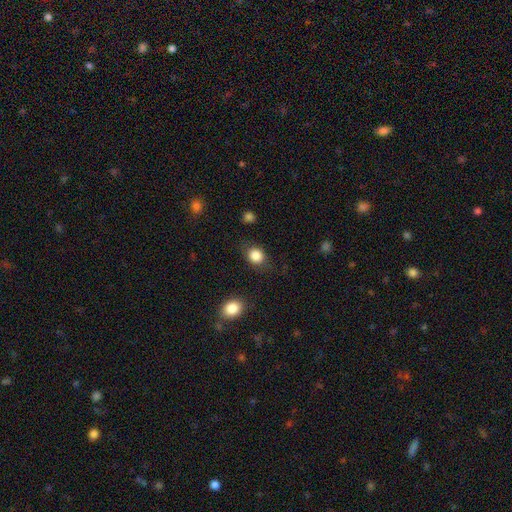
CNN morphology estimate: smooth_or_featured: smooth (p=0.85) [alt: star or artifact p=0.09]
how_rounded: round (p=0.65) [alt: in between p=0.34]
merging: none (p=0.78) [alt: minor disturbance p=0.15]